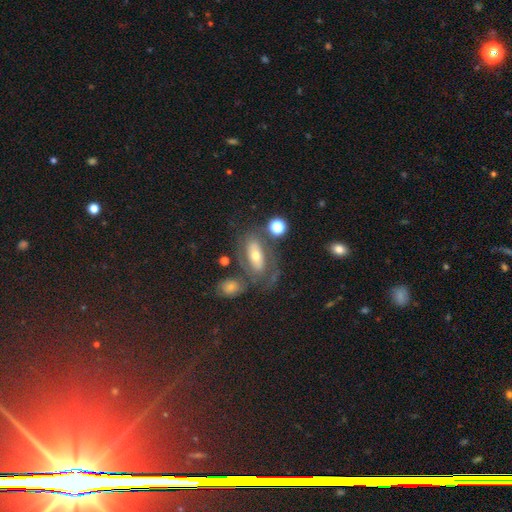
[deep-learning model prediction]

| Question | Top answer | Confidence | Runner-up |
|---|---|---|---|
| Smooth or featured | featured or disk | 60% | smooth (31%) |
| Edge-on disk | no | 88% | yes (12%) |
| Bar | no | 53% | weak (24%) |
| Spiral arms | yes | 62% | no (38%) |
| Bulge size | moderate | 57% | small (33%) |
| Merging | none | 52% | major disturbance (18%) |